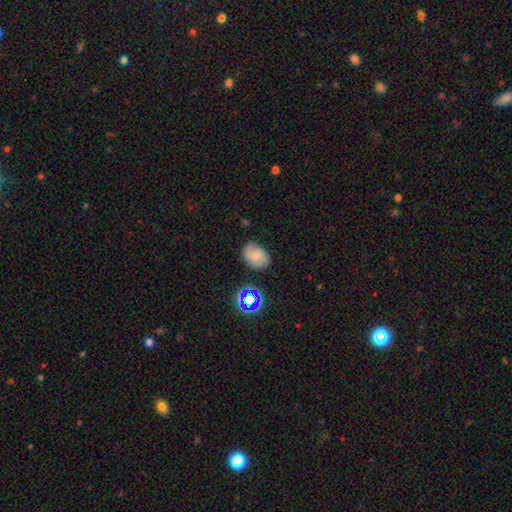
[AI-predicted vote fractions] Q: Smooth or featured?
A: smooth (58%); runner-up: featured or disk (28%)
Q: How rounded?
A: in between (68%); runner-up: round (31%)
Q: Merging?
A: none (72%); runner-up: minor disturbance (21%)